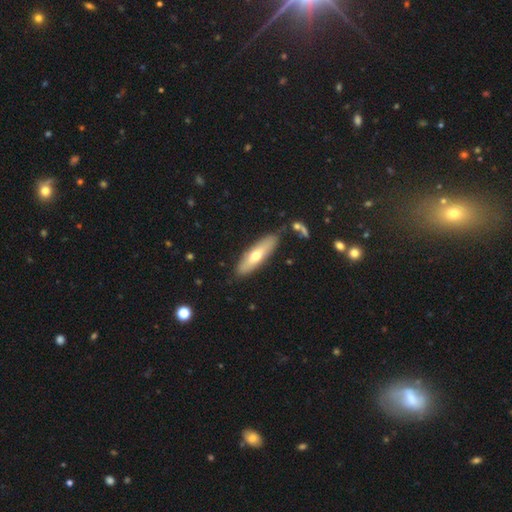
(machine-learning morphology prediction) Q: Smooth or featured?
A: smooth (55%); runner-up: featured or disk (39%)
Q: How rounded?
A: cigar-shaped (62%); runner-up: in between (36%)
Q: Merging?
A: none (82%); runner-up: minor disturbance (12%)